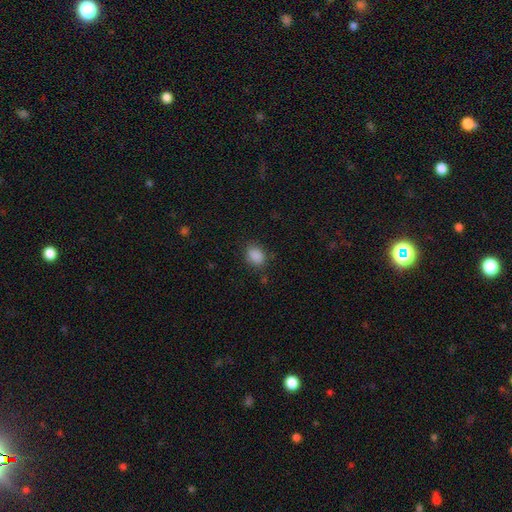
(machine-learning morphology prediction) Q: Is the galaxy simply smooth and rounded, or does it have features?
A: smooth — 88%.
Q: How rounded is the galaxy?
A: in between — 74%.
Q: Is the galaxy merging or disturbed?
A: none — 81%.